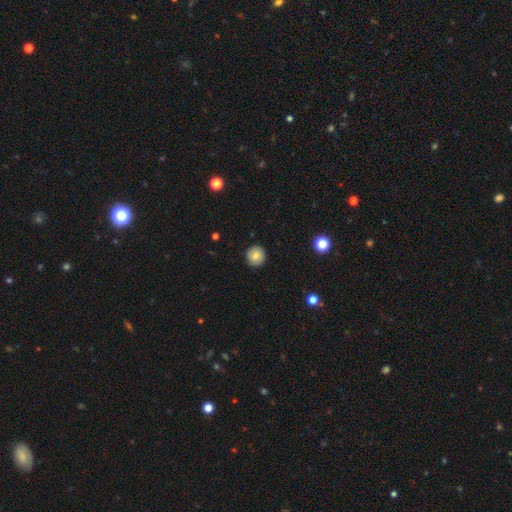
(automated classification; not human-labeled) Morphology: type=smooth (79%); roundness=round (93%); merging=none (90%).